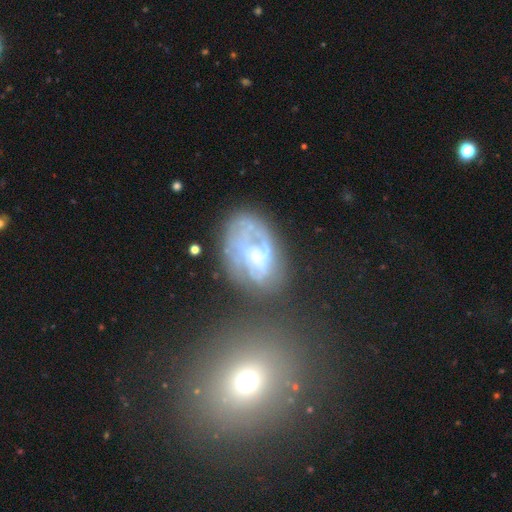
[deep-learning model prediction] A featured or disk galaxy (62%) with no bar (68%), no spiral arms (52%) and a small central bulge (42%).

Vote fractions:
- Smooth or featured? featured or disk: 62% / smooth: 25% / star or artifact: 13%
- Edge-on disk? no: 96% / yes: 4%
- Bar? no: 68% / weak: 25% / strong: 8%
- Spiral arms? no: 52% / yes: 48%
- Bulge size? small: 42% / none: 31% / moderate: 21% / large: 4% / dominant: 2%
- Merging? none: 43% / major disturbance: 23% / minor disturbance: 23% / merger: 11%